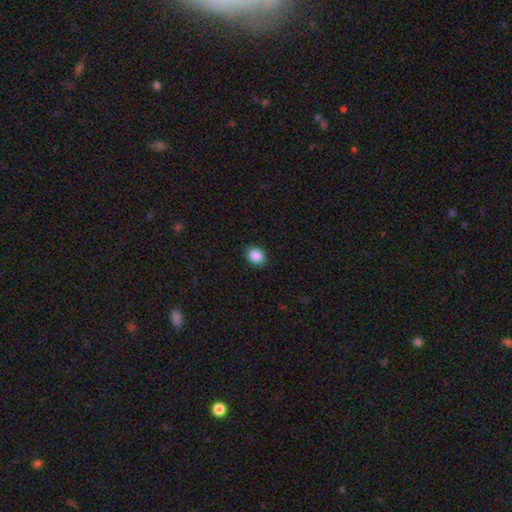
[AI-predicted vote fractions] smooth 88%, star or artifact 8%, featured or disk 3%. Down the decision tree: how rounded — in between (52%); merging — none (88%).